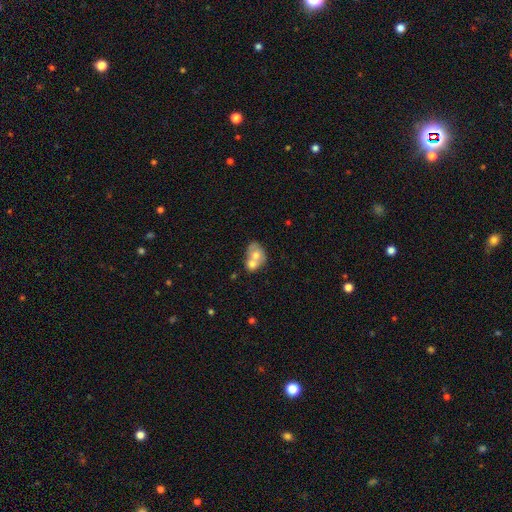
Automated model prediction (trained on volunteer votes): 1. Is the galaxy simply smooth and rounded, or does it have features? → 62% smooth, 30% featured or disk, 8% star or artifact.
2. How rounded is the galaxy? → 58% in between, 41% round, 1% cigar-shaped.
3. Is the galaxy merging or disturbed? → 70% merger, 18% none, 8% minor disturbance, 4% major disturbance.